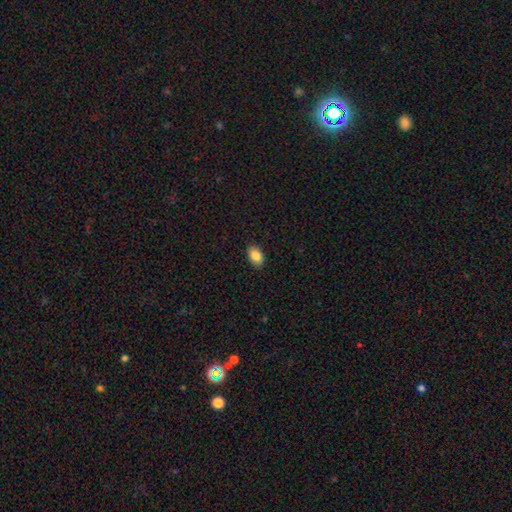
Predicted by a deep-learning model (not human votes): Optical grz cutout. It shows a smooth galaxy with no disk features (87%) that is in between round and cigar-shaped (89%). Merging: none (90%).